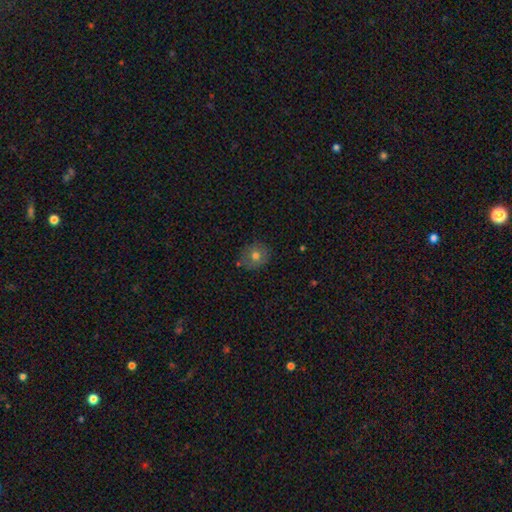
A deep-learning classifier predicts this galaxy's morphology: Smooth or featured? smooth (70%)
How rounded? round (77%)
Merging? none (78%)